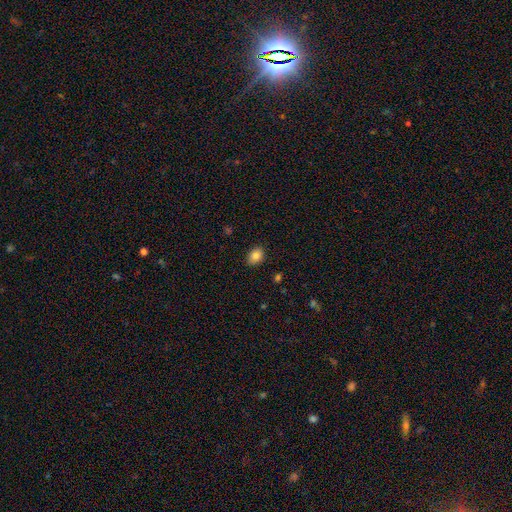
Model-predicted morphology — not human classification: Smooth or featured?
  - smooth: 85% *
  - star or artifact: 9%
  - featured or disk: 6%
How rounded?
  - in between: 68% *
  - round: 31%
  - cigar-shaped: 1%
Merging?
  - none: 87% *
  - minor disturbance: 10%
  - major disturbance: 2%
  - merger: 1%